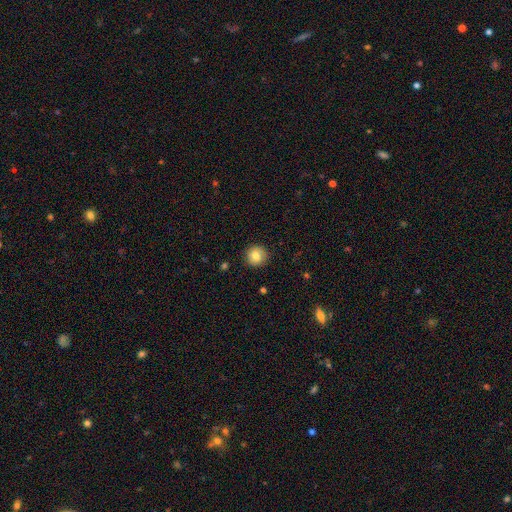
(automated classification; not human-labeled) Smooth or featured? Predicted: smooth (p=0.82). How rounded? Predicted: round (p=0.93). Merging? Predicted: none (p=0.90).